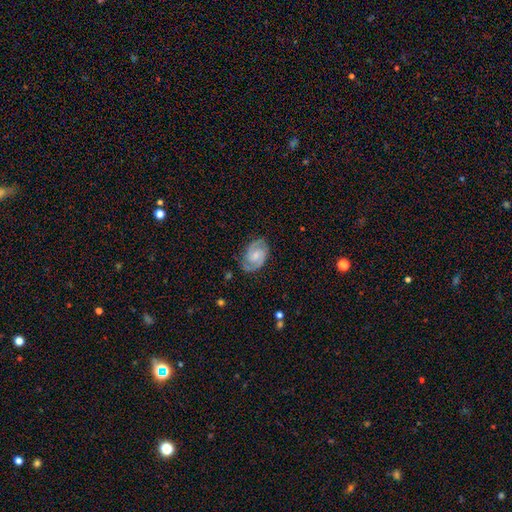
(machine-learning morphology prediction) Smooth or featured: featured or disk — 84% (smooth — 11%)
Edge-on disk: no — 98% (yes — 2%)
Bar: no — 46% (weak — 45%)
Spiral arms: yes — 97% (no — 3%)
Spiral winding: tight — 46% (tied with medium — 46%)
Spiral arm count: 2 — 90% (can't tell — 4%)
Bulge size: small — 49% (moderate — 33%)
Merging: none — 81% (minor disturbance — 14%)